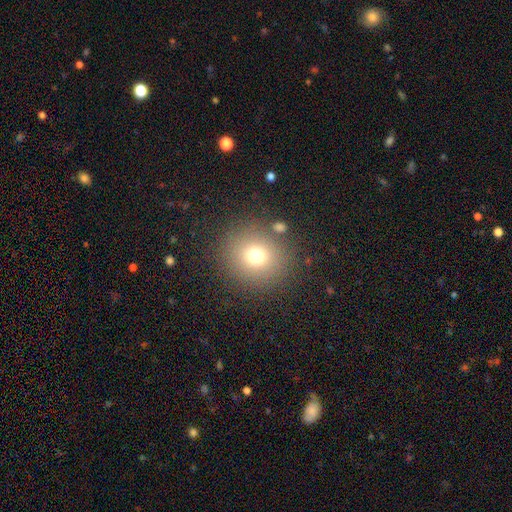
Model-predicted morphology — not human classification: The model was most divided on "smooth or featured": smooth: 73%, star or artifact: 16%, featured or disk: 11%. More confident: how rounded — round (92%); merging — none (85%).